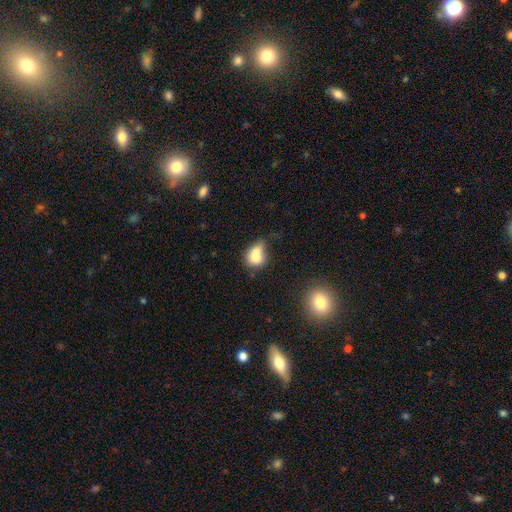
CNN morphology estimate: This is likely a smooth galaxy (73%). How rounded: possibly round (51%). Merging: possibly merger (47%).